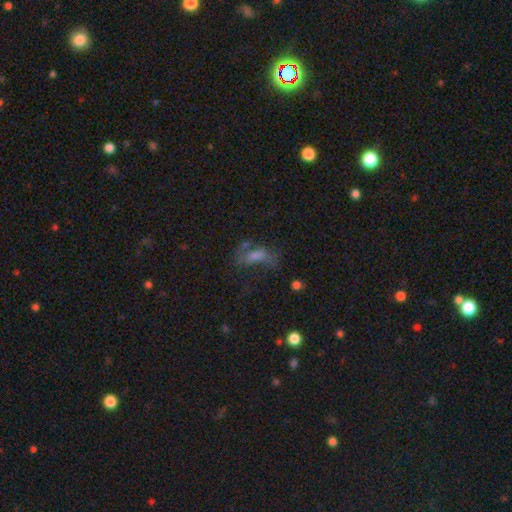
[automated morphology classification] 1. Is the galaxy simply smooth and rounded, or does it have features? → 42% smooth, 36% featured or disk, 22% star or artifact.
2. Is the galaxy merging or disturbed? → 36% none, 35% major disturbance, 20% minor disturbance, 9% merger.